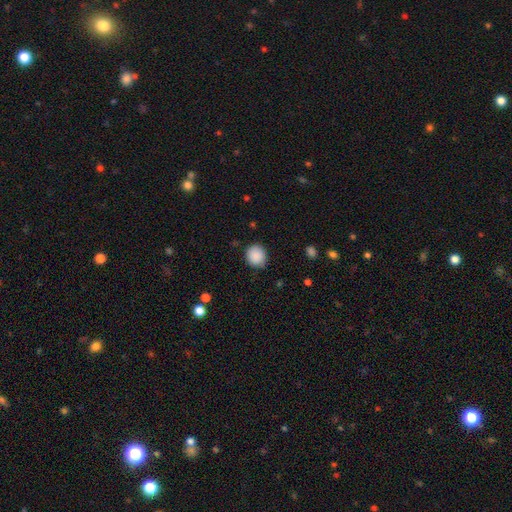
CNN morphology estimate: A smooth galaxy with no disk features (89%) that is round (83%).

Vote fractions:
- Smooth or featured? smooth: 89% / star or artifact: 8% / featured or disk: 3%
- How rounded? round: 83% / in between: 16% / cigar-shaped: 1%
- Merging? none: 84% / minor disturbance: 12% / major disturbance: 3% / merger: 1%